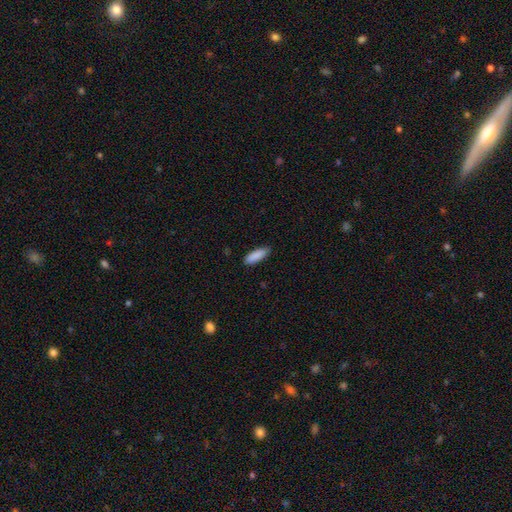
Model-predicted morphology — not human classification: This is clearly a smooth galaxy (89%). How rounded: possibly in between (53%). Merging: clearly none (86%).